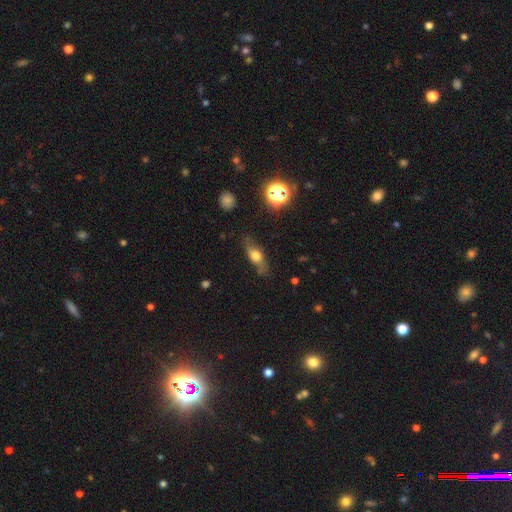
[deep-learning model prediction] The model was most divided on "smooth or featured": smooth: 48%, featured or disk: 42%, star or artifact: 10%. More confident: merging — none (75%).